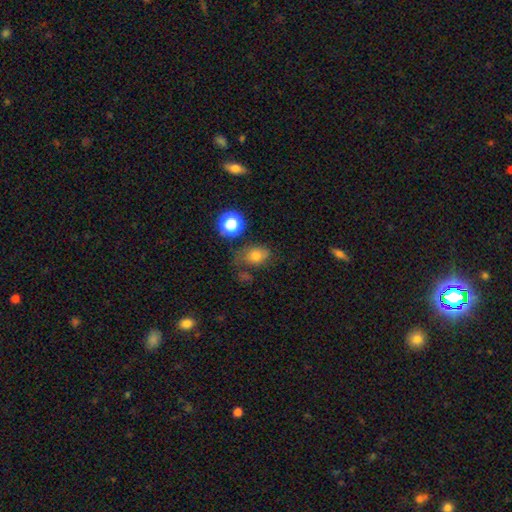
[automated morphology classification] This is likely a smooth galaxy (72%). How rounded: likely in between (63%). Merging: possibly none (51%).